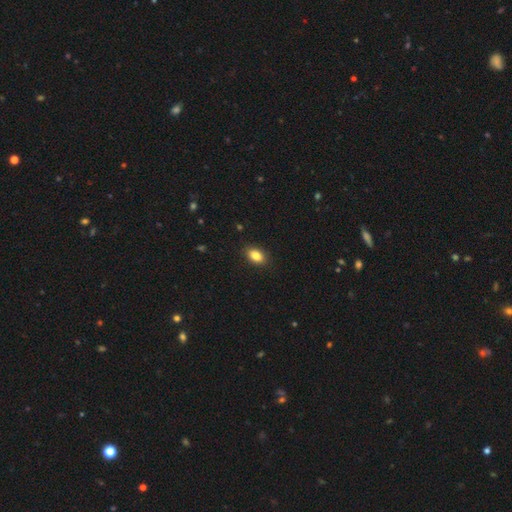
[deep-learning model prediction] smooth_or_featured: smooth (p=0.86) [alt: star or artifact p=0.08]
how_rounded: in between (p=0.89) [alt: round p=0.09]
merging: none (p=0.89) [alt: minor disturbance p=0.08]